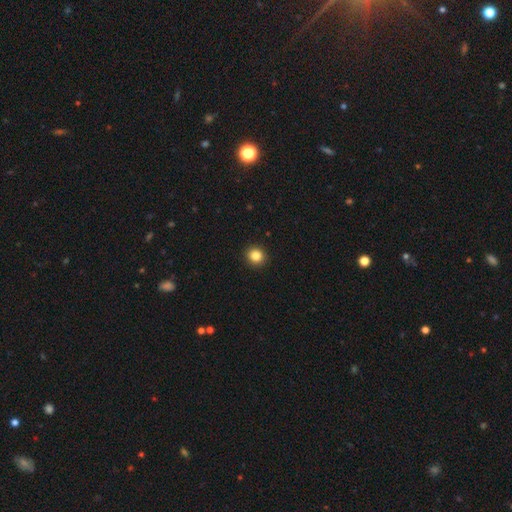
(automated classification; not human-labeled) smooth_or_featured: smooth (p=0.85) [alt: star or artifact p=0.11]
how_rounded: round (p=0.89) [alt: in between p=0.10]
merging: none (p=0.93) [alt: minor disturbance p=0.05]